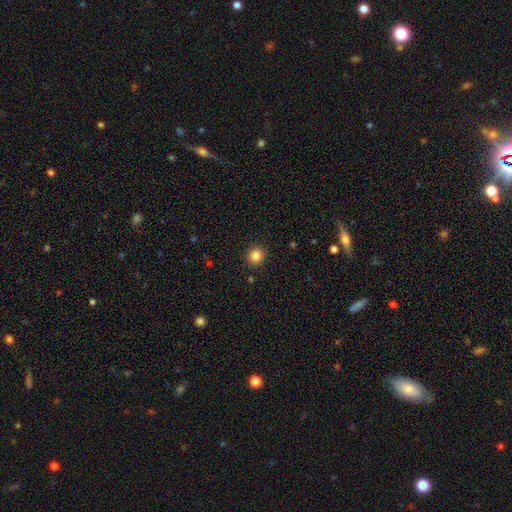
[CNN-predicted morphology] This appears to be a smooth galaxy with no disk features (84%) that is round (85%). Merging: none (90%).